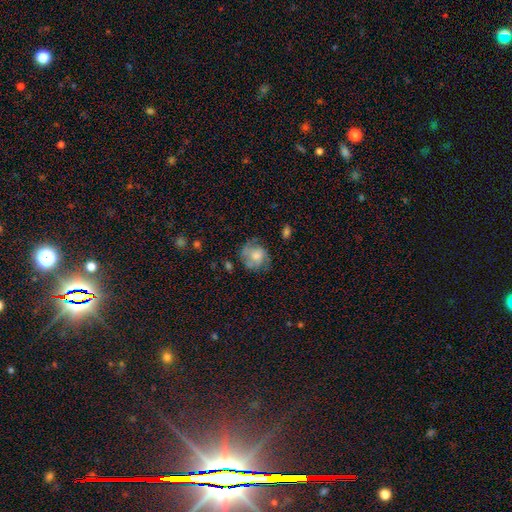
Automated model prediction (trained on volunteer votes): Overall: smooth (47%; featured or disk 44%). Merging: none (59%; minor disturbance 24%).